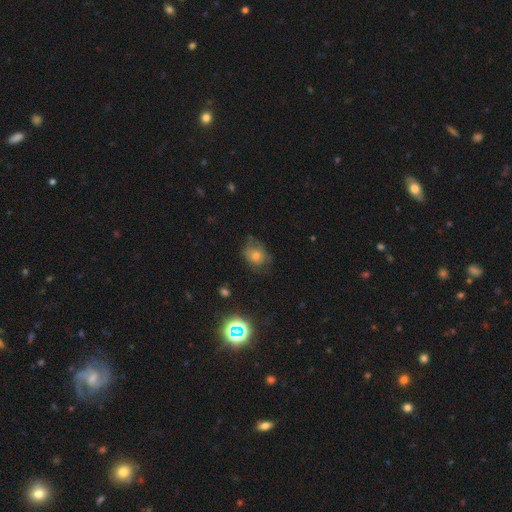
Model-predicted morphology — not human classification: Smooth or featured? Predicted: smooth (p=0.54). How rounded? Predicted: round (p=0.53). Merging? Predicted: none (p=0.55).